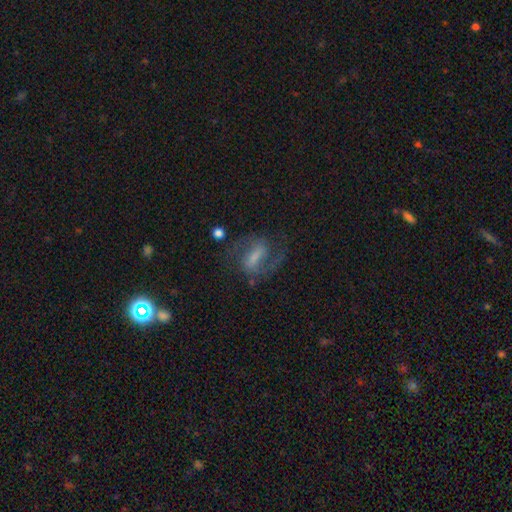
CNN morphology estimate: Q: Smooth or featured?
A: featured or disk (77%); runner-up: smooth (13%)
Q: Edge-on disk?
A: no (95%); runner-up: yes (5%)
Q: Bar?
A: strong (46%); runner-up: weak (40%)
Q: Spiral arms?
A: yes (94%); runner-up: no (6%)
Q: Spiral winding?
A: medium (56%); runner-up: loose (26%)
Q: Spiral arm count?
A: 2 (88%); runner-up: can't tell (5%)
Q: Bulge size?
A: small (32%); runner-up: moderate (30%)
Q: Merging?
A: none (70%); runner-up: minor disturbance (15%)